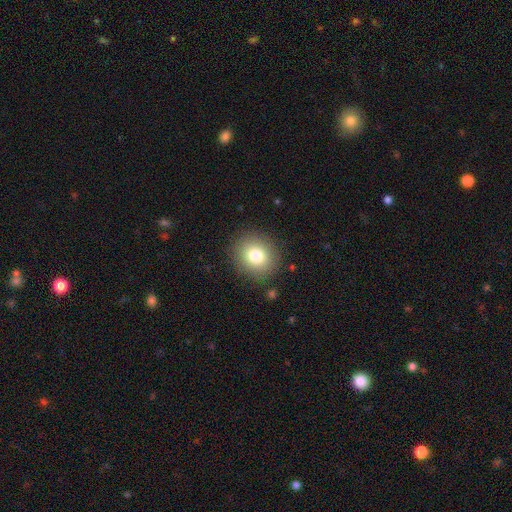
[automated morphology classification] Overall: smooth (79%). How rounded: round (82%). Merging: none (88%).